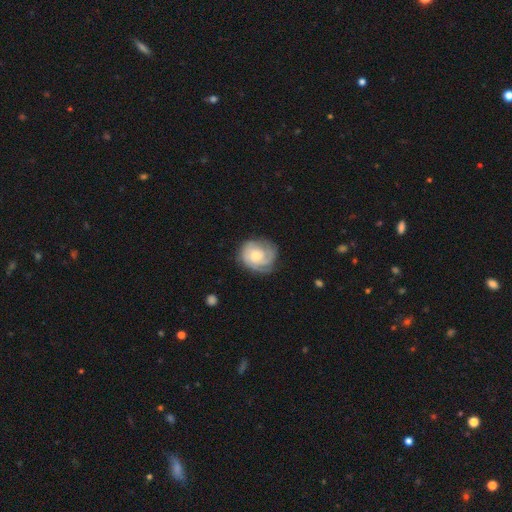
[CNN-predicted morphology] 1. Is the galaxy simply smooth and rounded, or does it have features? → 69% featured or disk, 25% smooth, 6% star or artifact.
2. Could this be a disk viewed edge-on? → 98% no, 2% yes.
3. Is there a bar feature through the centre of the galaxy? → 79% no, 19% weak, 3% strong.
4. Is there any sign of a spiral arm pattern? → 91% yes, 9% no.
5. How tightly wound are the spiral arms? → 64% tight, 27% medium, 9% loose.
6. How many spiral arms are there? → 34% can't tell, 25% 2, 21% 3, 10% 1, 6% 4, 4% more than 4.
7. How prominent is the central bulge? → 49% moderate, 43% small, 5% large, 2% none, 1% dominant.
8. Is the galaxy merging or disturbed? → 68% none, 22% minor disturbance, 9% major disturbance, 1% merger.